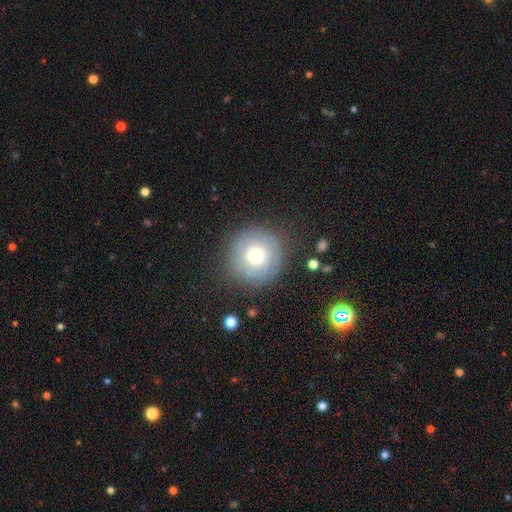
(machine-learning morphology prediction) The model was most divided on "smooth or featured": smooth: 63%, featured or disk: 26%, star or artifact: 11%. More confident: how rounded — round (95%); merging — none (82%).